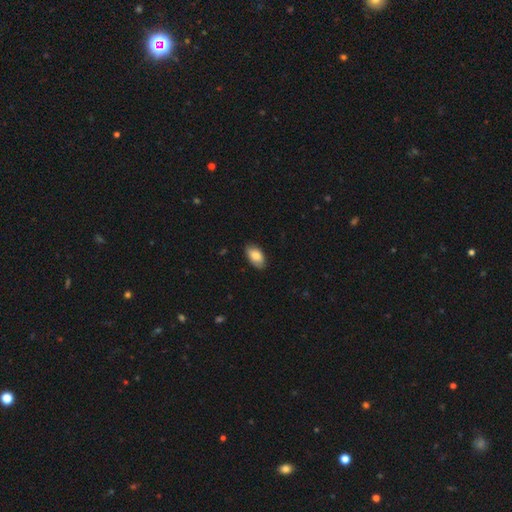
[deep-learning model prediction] A smooth galaxy with no disk features (83%) that is in between round and cigar-shaped (94%).

Vote fractions:
- Smooth or featured? smooth: 83% / featured or disk: 11% / star or artifact: 6%
- How rounded? in between: 94% / round: 3% / cigar-shaped: 2%
- Merging? none: 83% / minor disturbance: 14% / major disturbance: 2% / merger: 1%